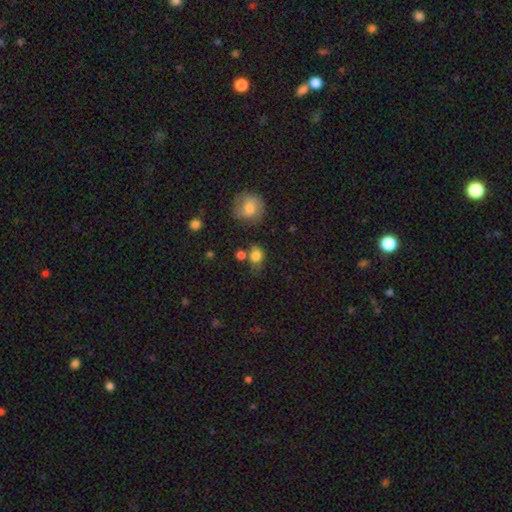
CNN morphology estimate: A smooth galaxy with no disk features (82%) that is round (57%). Merging: none (54%).